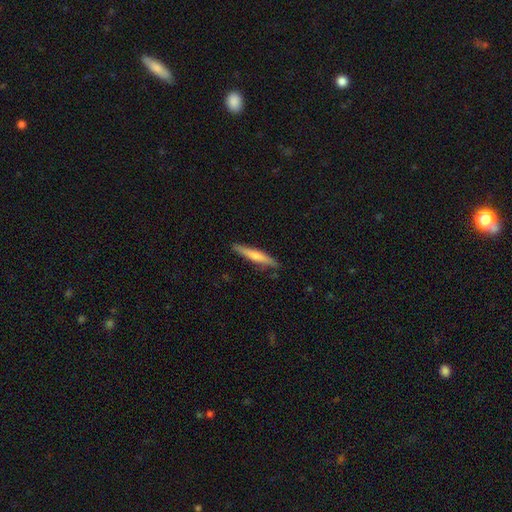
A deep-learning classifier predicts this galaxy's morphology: The model was most divided on "smooth or featured": smooth: 64%, featured or disk: 31%, star or artifact: 5%. More confident: how rounded — cigar-shaped (92%); merging — none (82%).